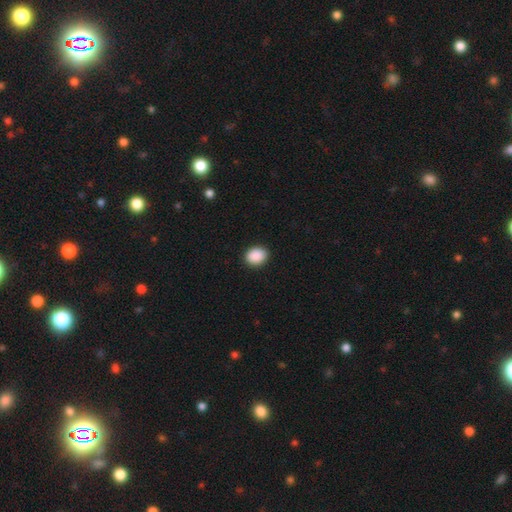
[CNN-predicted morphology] smooth_or_featured: smooth (p=0.90) [alt: star or artifact p=0.07]
how_rounded: in between (p=0.54) [alt: round p=0.45]
merging: none (p=0.91) [alt: minor disturbance p=0.07]